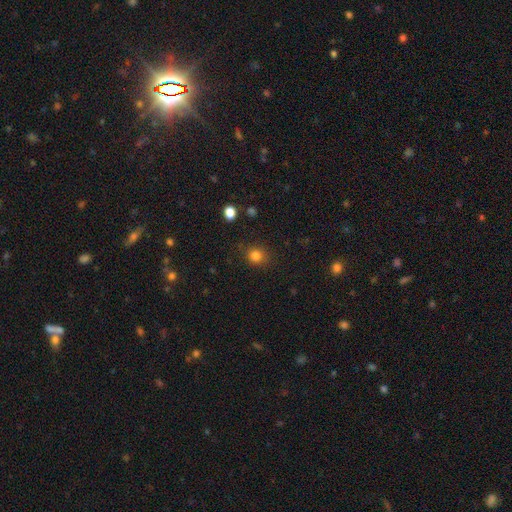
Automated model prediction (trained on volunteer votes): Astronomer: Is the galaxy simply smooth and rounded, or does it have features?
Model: smooth — 82%.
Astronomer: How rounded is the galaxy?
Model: round — 81%.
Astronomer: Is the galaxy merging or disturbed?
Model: none — 83%.